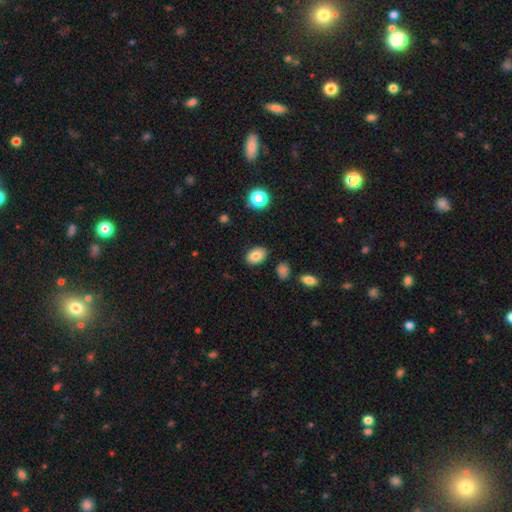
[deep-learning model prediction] Smooth or featured: smooth — 83% (star or artifact — 9%)
How rounded: in between — 85% (round — 13%)
Merging: none — 86% (minor disturbance — 9%)